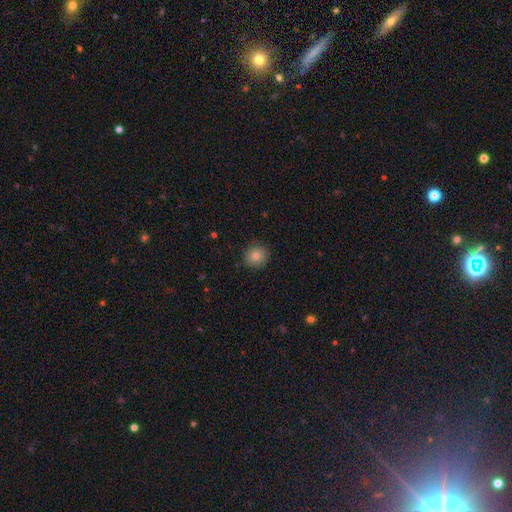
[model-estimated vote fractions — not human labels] The model was most divided on "smooth or featured": smooth: 79%, star or artifact: 12%, featured or disk: 9%. More confident: how rounded — round (90%); merging — none (88%).